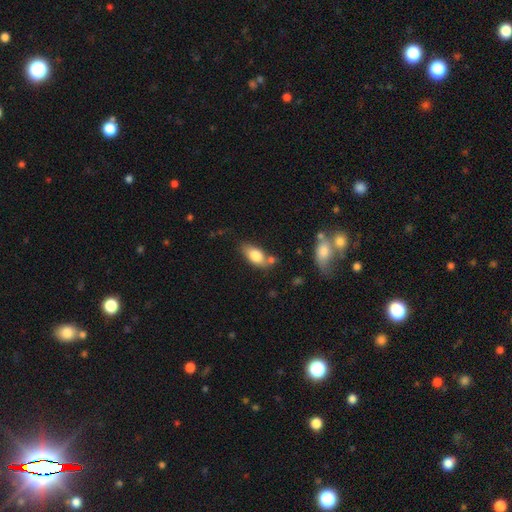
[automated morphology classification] A smooth galaxy with no disk features (78%) that is in between round and cigar-shaped (88%). Merging: none (59%).